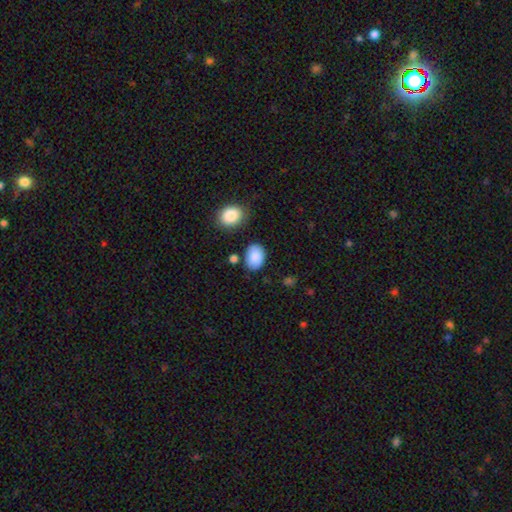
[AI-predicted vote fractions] Smooth or featured? Predicted: smooth (p=0.87). How rounded? Predicted: in between (p=0.79). Merging? Predicted: none (p=0.75).